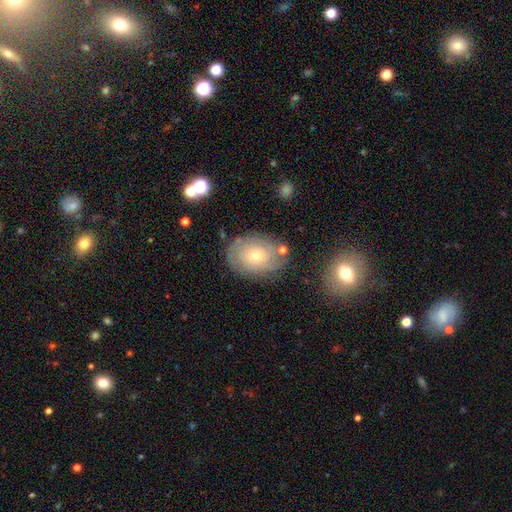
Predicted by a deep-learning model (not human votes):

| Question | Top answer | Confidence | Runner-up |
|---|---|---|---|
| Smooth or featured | featured or disk | 58% | smooth (33%) |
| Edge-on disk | no | 95% | yes (5%) |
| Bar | no | 83% | weak (14%) |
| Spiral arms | yes | 77% | no (23%) |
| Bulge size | small | 63% | moderate (33%) |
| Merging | none | 75% | minor disturbance (16%) |